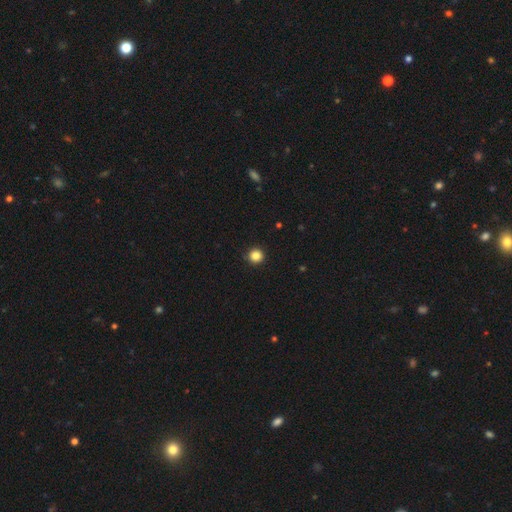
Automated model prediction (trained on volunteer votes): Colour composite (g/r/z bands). It shows a smooth galaxy with no disk features (85%) that is round (96%). Merging: none (92%).